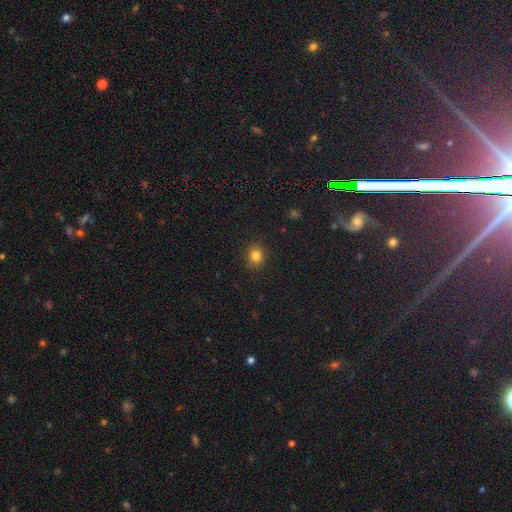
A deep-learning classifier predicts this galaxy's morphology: smooth-or-featured: smooth: 82% | star or artifact: 13% | featured or disk: 5%
  how-rounded: round: 77% | in between: 22% | cigar-shaped: 1%
  merging: none: 90% | minor disturbance: 7% | major disturbance: 2% | merger: 1%